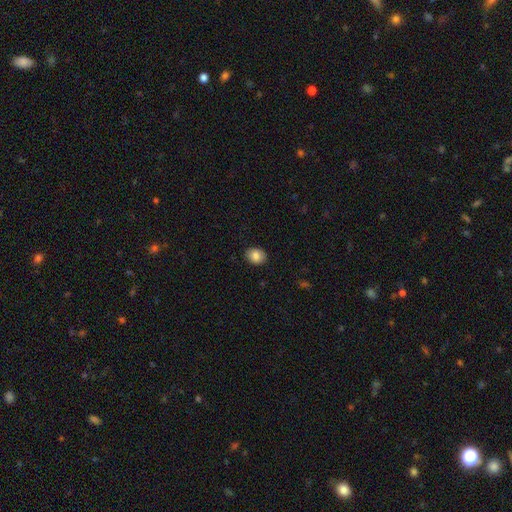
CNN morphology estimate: Smooth or featured? Predicted: smooth (p=0.85). How rounded? Predicted: round (p=0.54). Merging? Predicted: none (p=0.89).